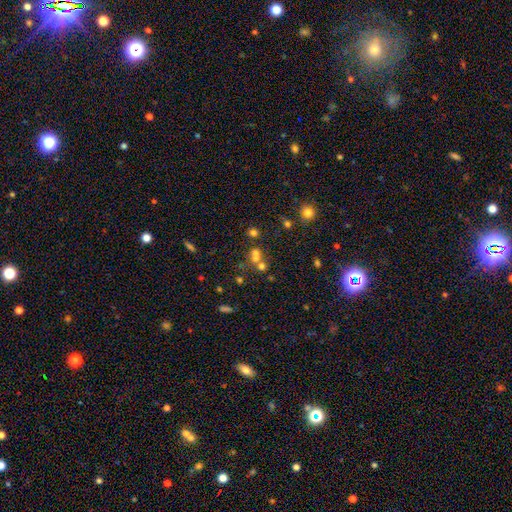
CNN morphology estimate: Q: Smooth or featured?
A: smooth (53%); runner-up: star or artifact (30%)
Q: How rounded?
A: round (73%); runner-up: in between (25%)
Q: Merging?
A: merger (46%); runner-up: none (41%)